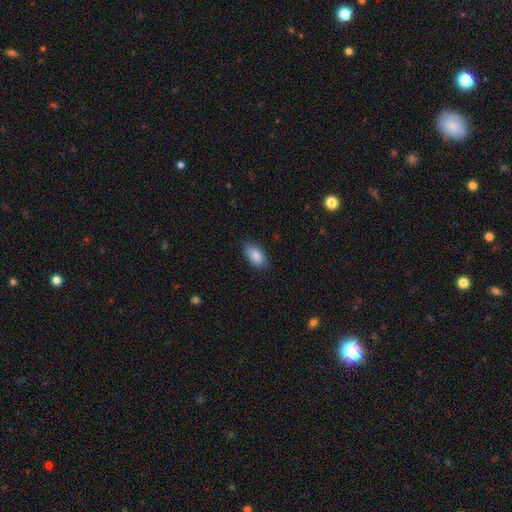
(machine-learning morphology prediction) smooth_or_featured: smooth (p=0.86) [alt: featured or disk p=0.08]
how_rounded: in between (p=0.93) [alt: round p=0.04]
merging: none (p=0.81) [alt: minor disturbance p=0.16]